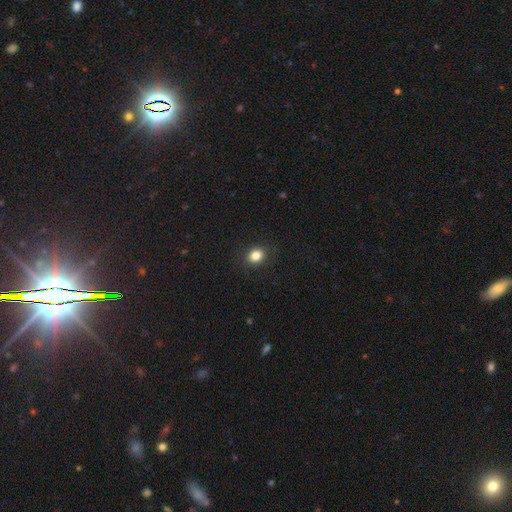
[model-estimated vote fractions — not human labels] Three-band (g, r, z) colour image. It shows a smooth galaxy with no disk features (84%) that is round (58%). Merging: none (90%).